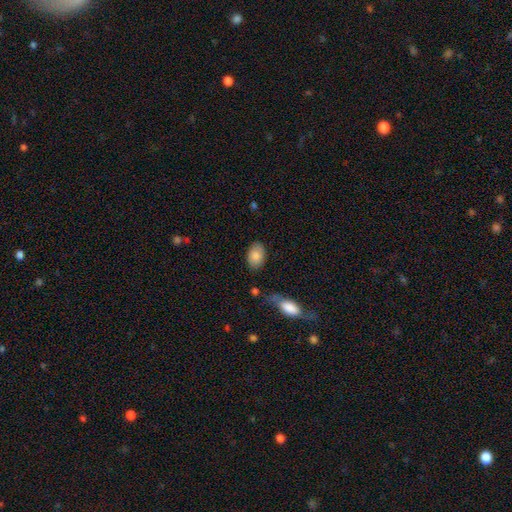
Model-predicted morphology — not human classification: smooth-or-featured: smooth: 85% | featured or disk: 8% | star or artifact: 7%
  how-rounded: in between: 90% | round: 9% | cigar-shaped: 1%
  merging: none: 79% | minor disturbance: 14% | major disturbance: 4% | merger: 3%